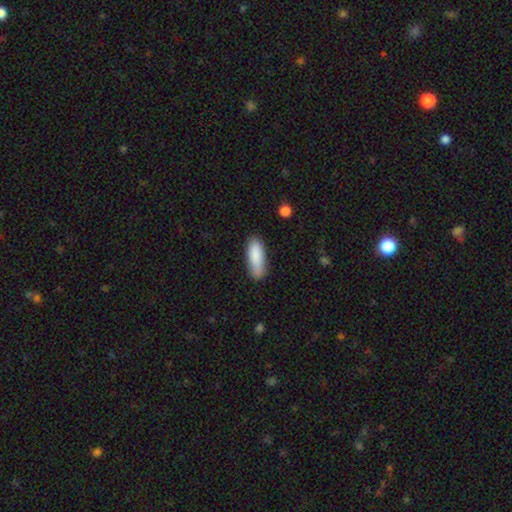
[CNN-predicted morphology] Smooth or featured: smooth — 87% (featured or disk — 7%)
How rounded: in between — 62% (cigar-shaped — 37%)
Merging: none — 74% (minor disturbance — 20%)